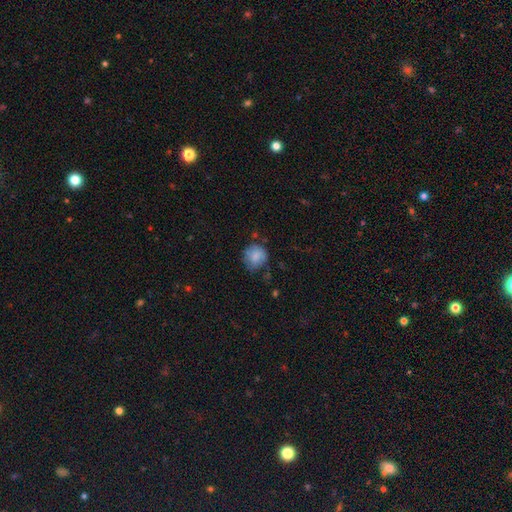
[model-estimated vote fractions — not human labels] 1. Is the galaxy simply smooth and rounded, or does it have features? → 80% smooth, 13% featured or disk, 8% star or artifact.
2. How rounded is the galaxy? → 83% round, 16% in between, 1% cigar-shaped.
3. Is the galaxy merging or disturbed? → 62% none, 27% minor disturbance, 8% major disturbance, 3% merger.